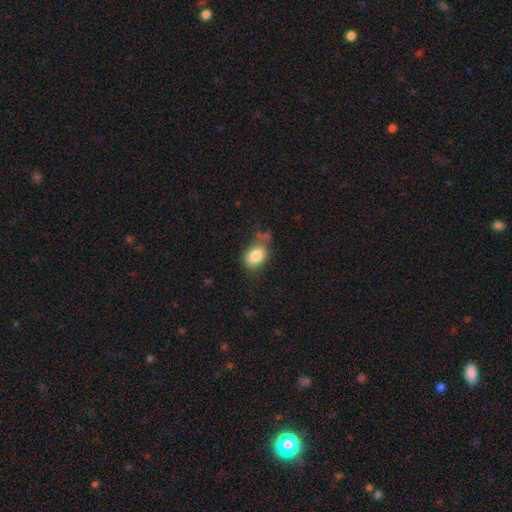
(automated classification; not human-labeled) Smooth or featured? smooth (83%)
How rounded? in between (80%)
Merging? none (54%)